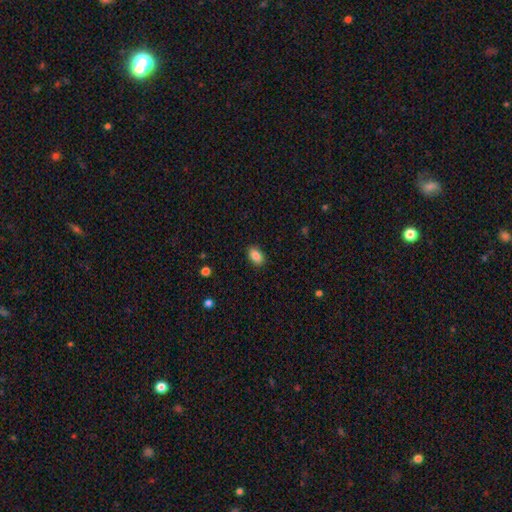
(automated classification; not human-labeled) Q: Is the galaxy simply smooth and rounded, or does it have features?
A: smooth — 87%.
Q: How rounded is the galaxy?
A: in between — 90%.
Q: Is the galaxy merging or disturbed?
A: none — 89%.